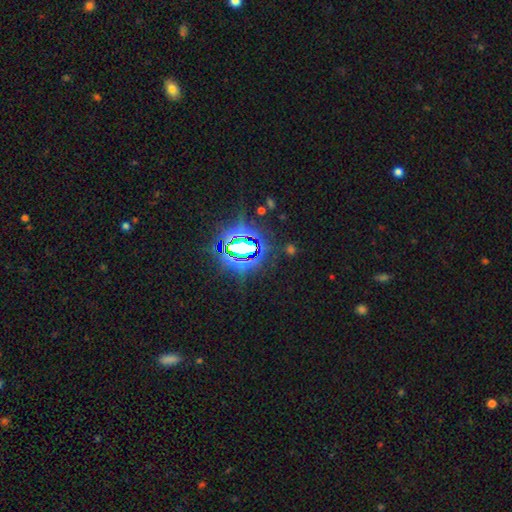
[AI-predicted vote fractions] smooth_or_featured: star or artifact (p=0.85) [alt: smooth p=0.09]